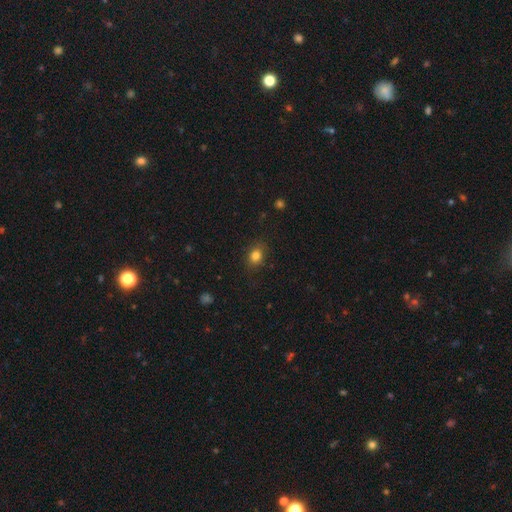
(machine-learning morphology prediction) Smooth or featured: smooth — 82% (star or artifact — 12%)
How rounded: round — 53% (in between — 46%)
Merging: none — 82% (minor disturbance — 13%)